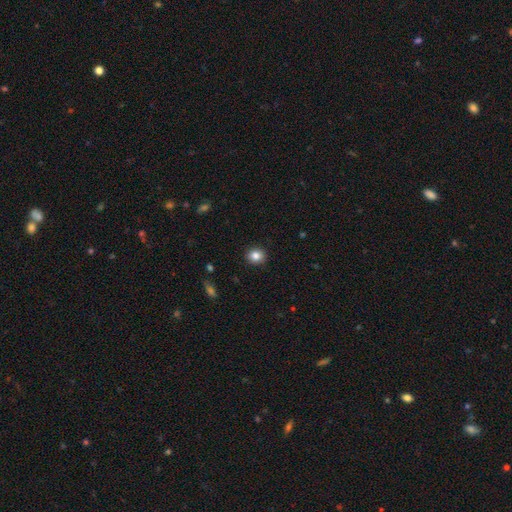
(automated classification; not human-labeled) Q: Smooth or featured?
A: smooth (84%); runner-up: star or artifact (10%)
Q: How rounded?
A: round (76%); runner-up: in between (23%)
Q: Merging?
A: none (91%); runner-up: minor disturbance (6%)